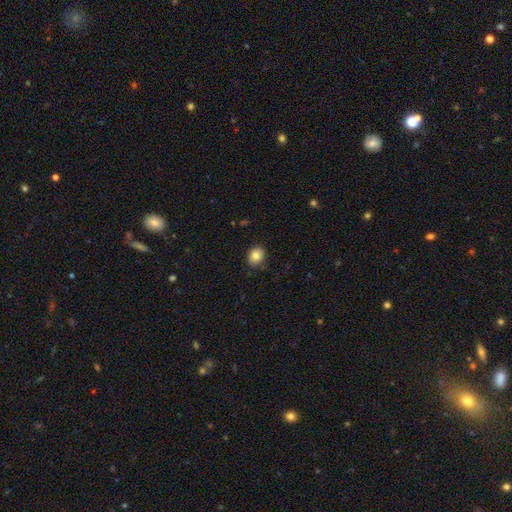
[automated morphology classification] smooth 80%, featured or disk 11%, star or artifact 9%. Down the decision tree: how rounded — round (59%); merging — none (87%).